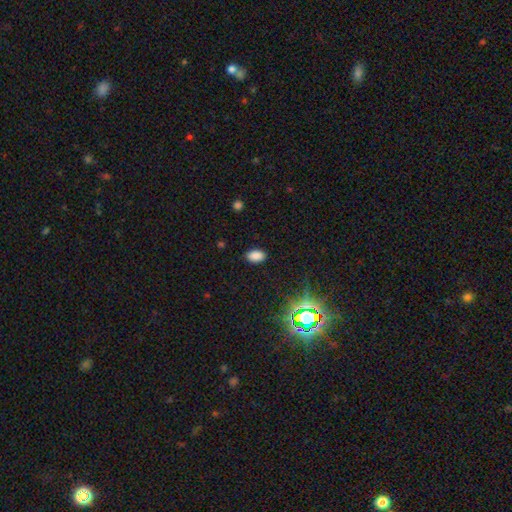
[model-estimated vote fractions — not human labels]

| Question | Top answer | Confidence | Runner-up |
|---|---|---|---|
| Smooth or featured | smooth | 82% | star or artifact (14%) |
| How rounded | in between | 91% | round (7%) |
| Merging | none | 86% | minor disturbance (10%) |